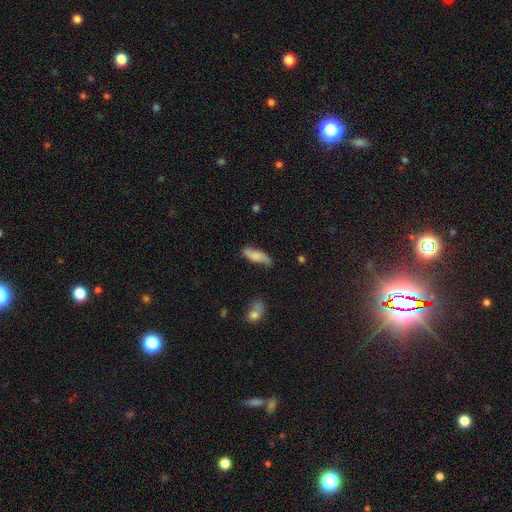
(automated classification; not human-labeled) Smooth or featured? Predicted: smooth (p=0.65). How rounded? Predicted: in between (p=0.58). Merging? Predicted: none (p=0.67).